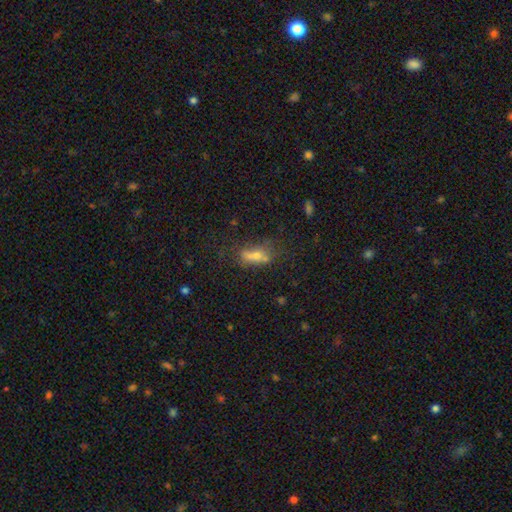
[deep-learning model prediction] This appears to be a smooth galaxy with no disk features (52%) that is in between round and cigar-shaped (66%). Merging: none (48%).